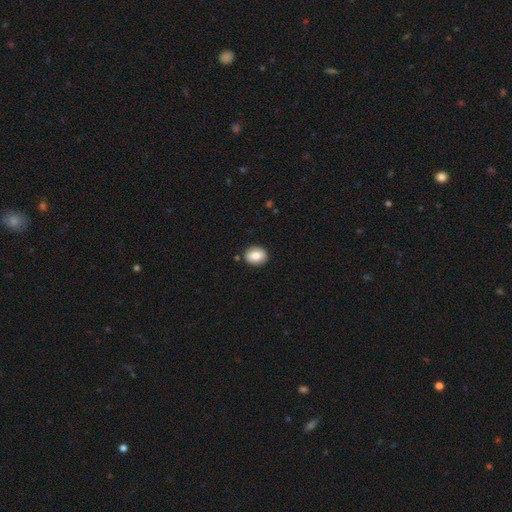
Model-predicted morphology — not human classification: smooth_or_featured: smooth (p=0.80) [alt: featured or disk p=0.12]
how_rounded: round (p=0.52) [alt: in between p=0.47]
merging: none (p=0.88) [alt: minor disturbance p=0.08]